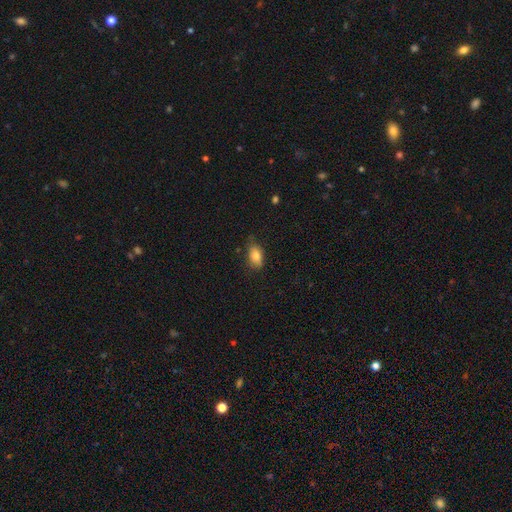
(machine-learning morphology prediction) This is clearly a smooth galaxy (81%). How rounded: clearly in between (88%). Merging: likely none (73%).